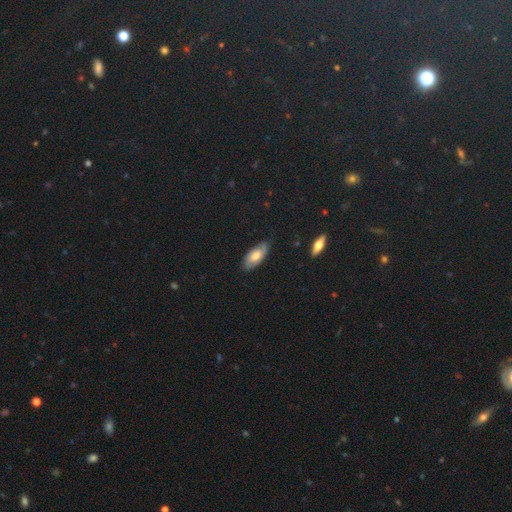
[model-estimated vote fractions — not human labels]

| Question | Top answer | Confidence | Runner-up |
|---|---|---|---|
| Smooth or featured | smooth | 58% | featured or disk (35%) |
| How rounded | in between | 89% | cigar-shaped (9%) |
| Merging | none | 81% | minor disturbance (15%) |